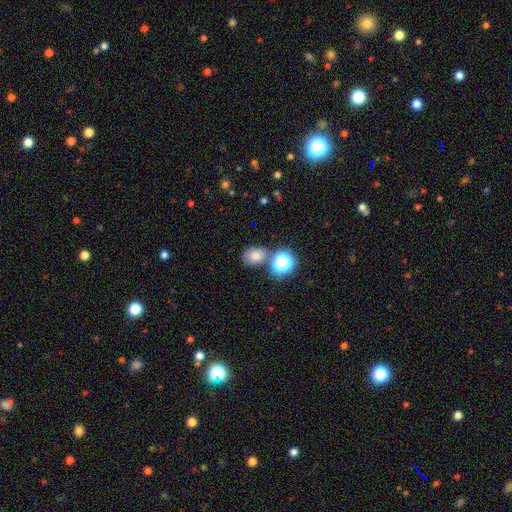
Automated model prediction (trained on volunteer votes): Smooth or featured? smooth (66%)
How rounded? round (51%)
Merging? none (68%)